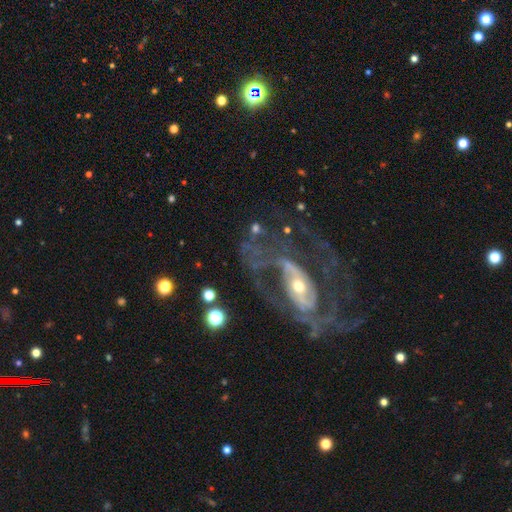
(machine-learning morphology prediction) This appears to be a featured or disk galaxy (85%) with no bar (43%), 2 (52%) medium (45%) spiral arms (83%) and a small central bulge (50%). Merging: none (46%).